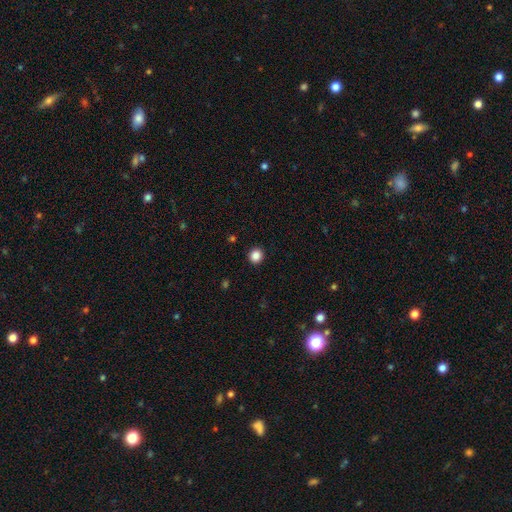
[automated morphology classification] Smooth or featured: smooth — 86% (star or artifact — 11%)
How rounded: round — 92% (in between — 7%)
Merging: none — 93% (minor disturbance — 4%)